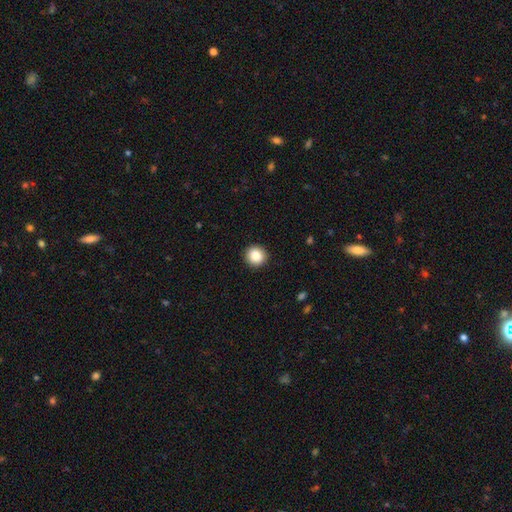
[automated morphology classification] Overall: smooth (86%). How rounded: round (93%). Merging: none (93%).